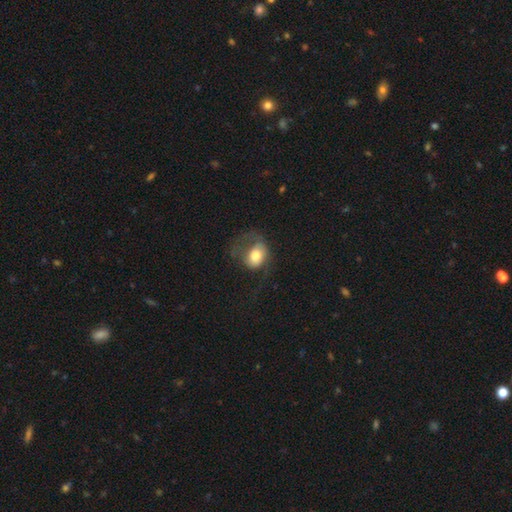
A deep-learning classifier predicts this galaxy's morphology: smooth 65%, featured or disk 27%, star or artifact 8%. Down the decision tree: how rounded — in between (56%); merging — major disturbance (50%).